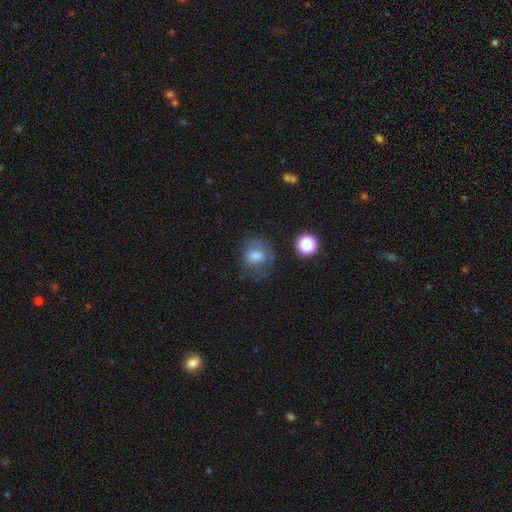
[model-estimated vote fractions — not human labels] Smooth or featured: smooth — 58% (featured or disk — 28%)
How rounded: round — 51% (in between — 48%)
Merging: none — 53% (minor disturbance — 24%)